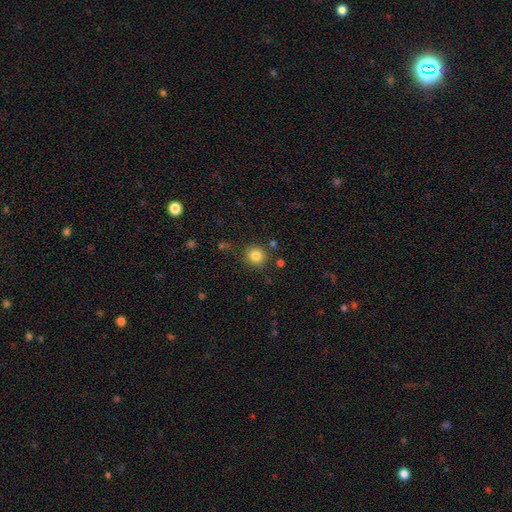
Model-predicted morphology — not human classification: Smooth or featured: smooth — 84% (star or artifact — 11%)
How rounded: round — 89% (in between — 11%)
Merging: none — 82% (minor disturbance — 11%)